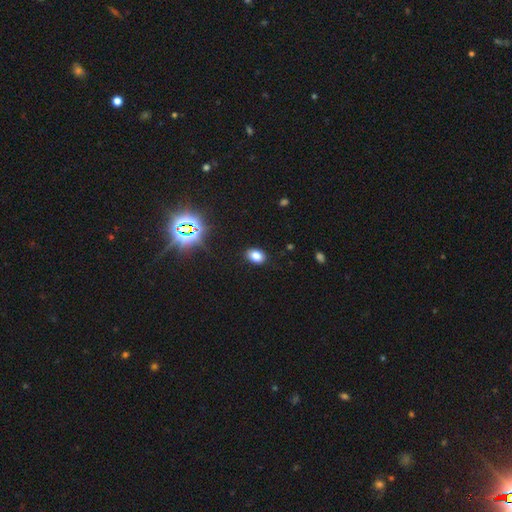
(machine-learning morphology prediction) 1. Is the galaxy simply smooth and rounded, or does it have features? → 78% smooth, 16% star or artifact, 6% featured or disk.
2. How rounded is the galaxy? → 75% in between, 24% round, 1% cigar-shaped.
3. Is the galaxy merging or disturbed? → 88% none, 8% minor disturbance, 2% major disturbance, 1% merger.